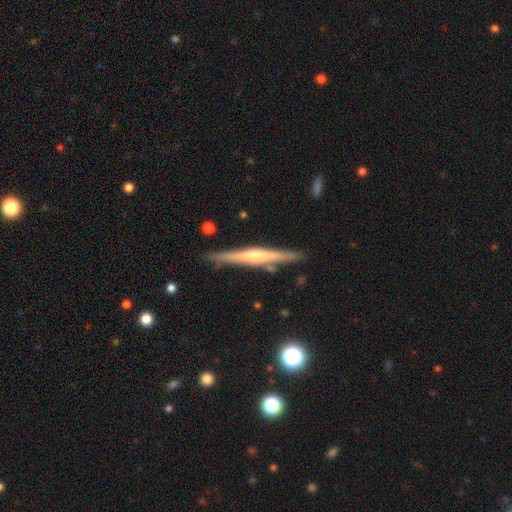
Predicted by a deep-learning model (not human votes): Smooth or featured? featured or disk (68%)
Edge-on disk? yes (97%)
Edge-on bulge? rounded (66%)
Merging? none (87%)